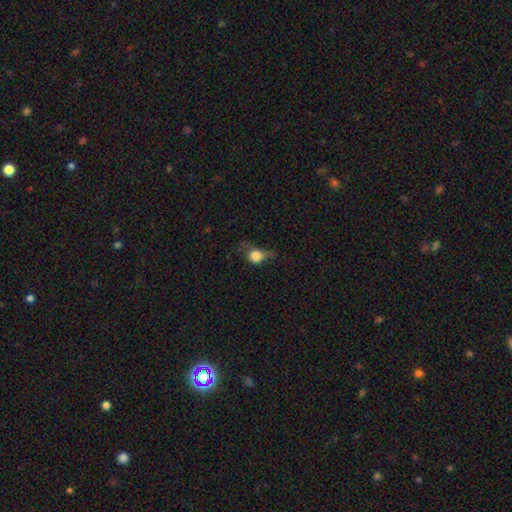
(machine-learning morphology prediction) smooth 74%, featured or disk 15%, star or artifact 11%. Down the decision tree: how rounded — round (70%); merging — none (34%).